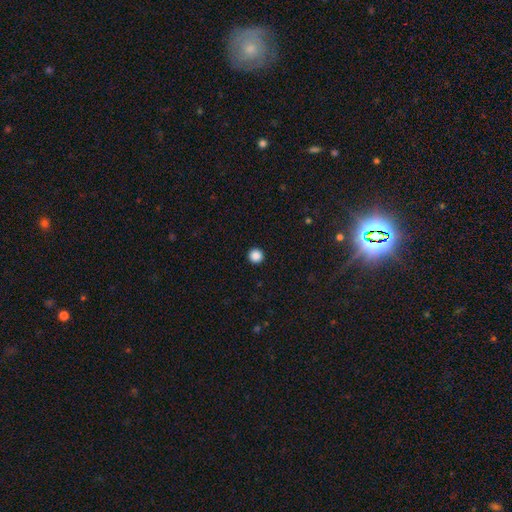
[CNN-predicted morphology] Smooth or featured: smooth — 88% (star or artifact — 10%)
How rounded: round — 96% (in between — 3%)
Merging: none — 94% (minor disturbance — 3%)